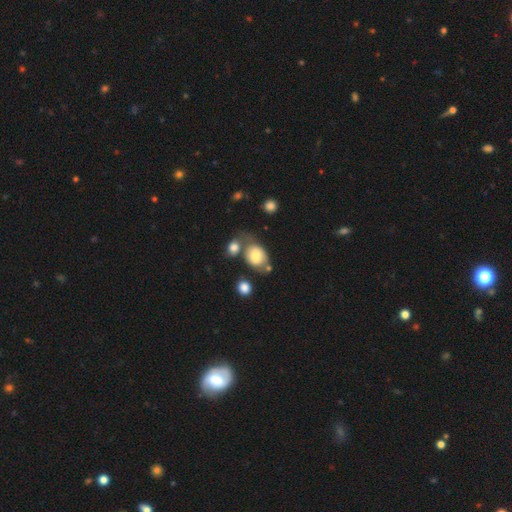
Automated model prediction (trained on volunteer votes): Q: Smooth or featured?
A: smooth (74%); runner-up: featured or disk (18%)
Q: How rounded?
A: in between (67%); runner-up: round (32%)
Q: Merging?
A: none (48%); runner-up: merger (25%)